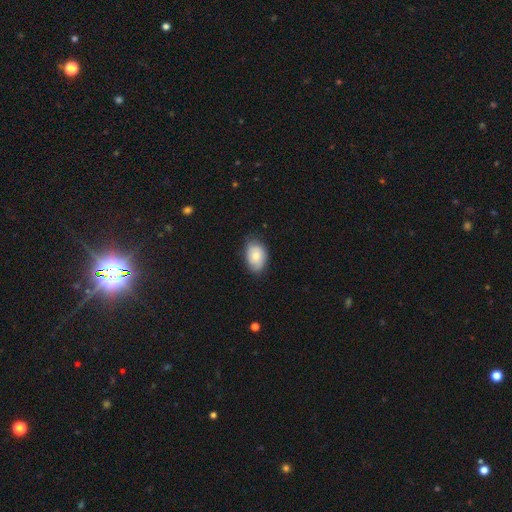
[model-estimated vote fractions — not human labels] A smooth galaxy with no disk features (71%) that is in between round and cigar-shaped (81%).

Vote fractions:
- Smooth or featured? smooth: 71% / featured or disk: 22% / star or artifact: 7%
- How rounded? in between: 81% / round: 18% / cigar-shaped: 1%
- Merging? none: 69% / minor disturbance: 25% / major disturbance: 5% / merger: 1%